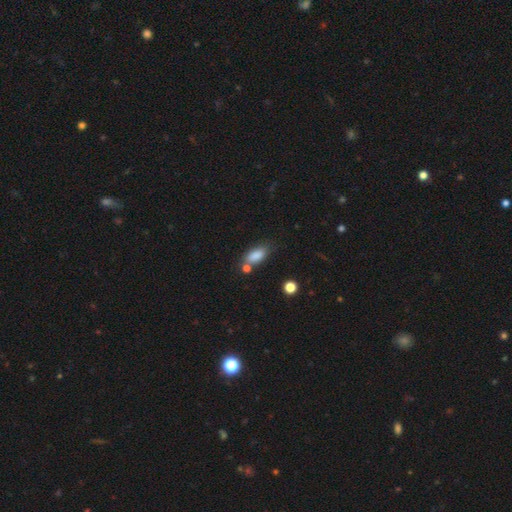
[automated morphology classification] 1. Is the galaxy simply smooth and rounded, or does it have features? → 84% smooth, 9% star or artifact, 7% featured or disk.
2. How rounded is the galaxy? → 83% in between, 13% cigar-shaped, 4% round.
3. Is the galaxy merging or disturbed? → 61% none, 18% minor disturbance, 15% merger, 5% major disturbance.